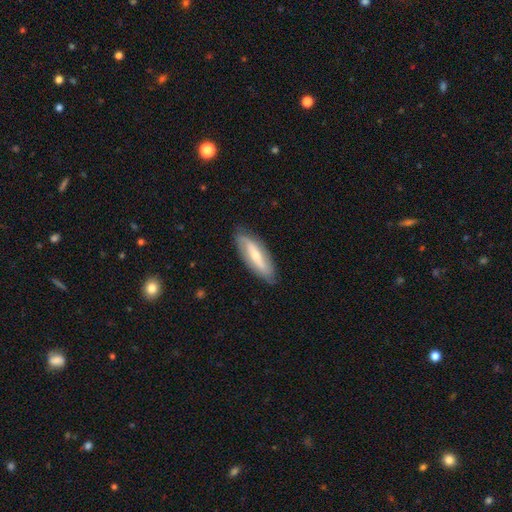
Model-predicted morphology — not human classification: Smooth or featured? Predicted: featured or disk (p=0.61). Edge-on disk? Predicted: no (p=0.70). Merging? Predicted: none (p=0.82).